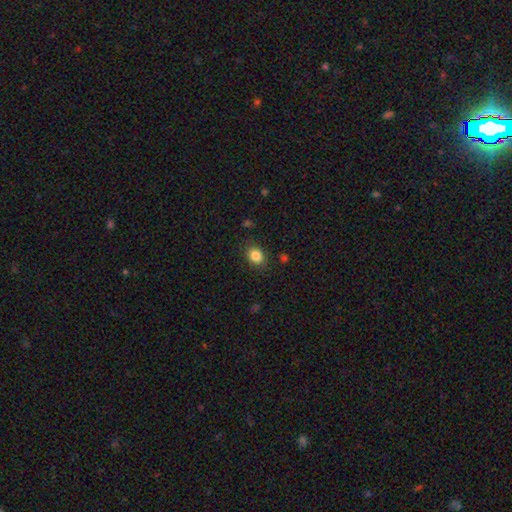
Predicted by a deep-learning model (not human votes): Smooth or featured? Predicted: smooth (p=0.85). How rounded? Predicted: round (p=0.56). Merging? Predicted: none (p=0.84).